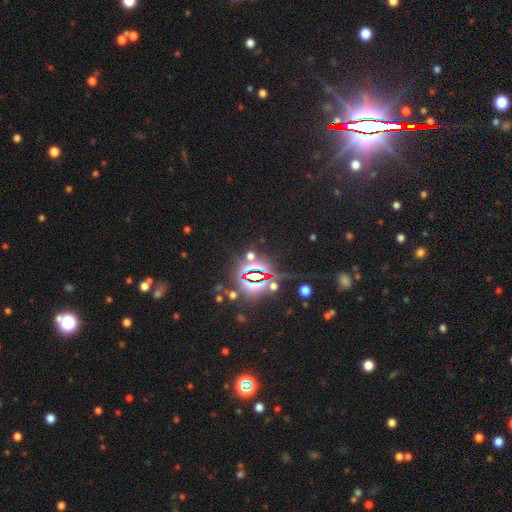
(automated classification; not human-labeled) Morphology: type=star or artifact (86%).